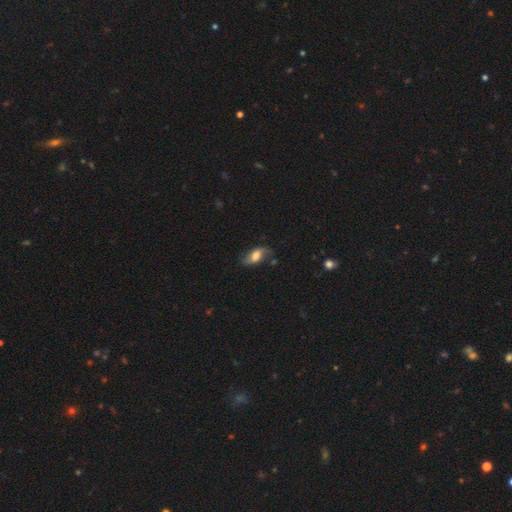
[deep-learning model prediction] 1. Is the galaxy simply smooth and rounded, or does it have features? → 46% smooth (tied), 46% featured or disk (tied), 8% star or artifact.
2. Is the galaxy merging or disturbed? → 67% none, 23% minor disturbance, 8% major disturbance, 3% merger.